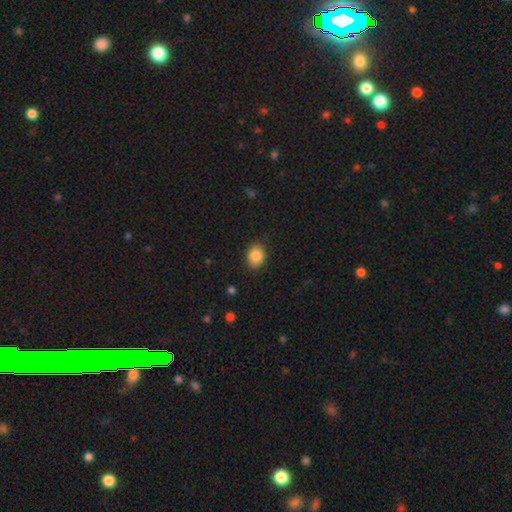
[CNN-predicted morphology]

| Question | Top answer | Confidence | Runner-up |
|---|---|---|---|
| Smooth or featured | smooth | 86% | star or artifact (8%) |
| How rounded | in between | 55% | round (44%) |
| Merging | none | 87% | minor disturbance (10%) |